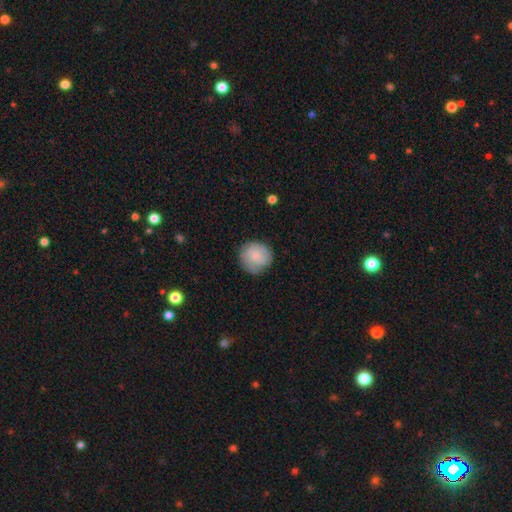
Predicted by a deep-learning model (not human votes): Smooth or featured? Predicted: smooth (p=0.75). How rounded? Predicted: round (p=0.89). Merging? Predicted: none (p=0.81).